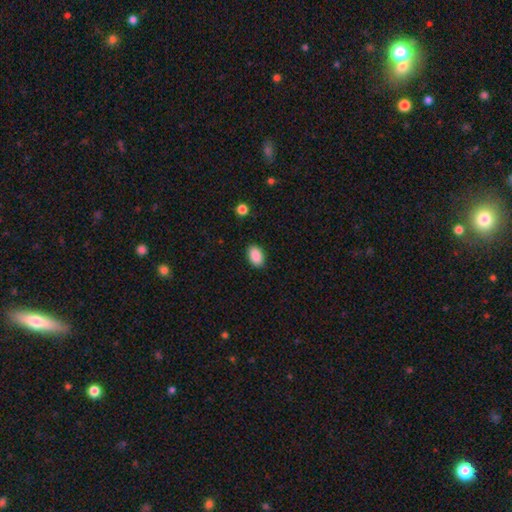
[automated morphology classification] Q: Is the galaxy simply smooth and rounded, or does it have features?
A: smooth — 90%.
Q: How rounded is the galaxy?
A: in between — 88%.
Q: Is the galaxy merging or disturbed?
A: none — 88%.